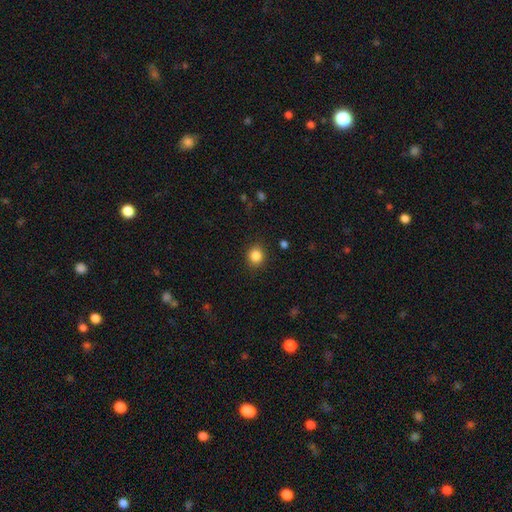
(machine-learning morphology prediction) Smooth or featured? Predicted: smooth (p=0.85). How rounded? Predicted: round (p=0.84). Merging? Predicted: none (p=0.89).